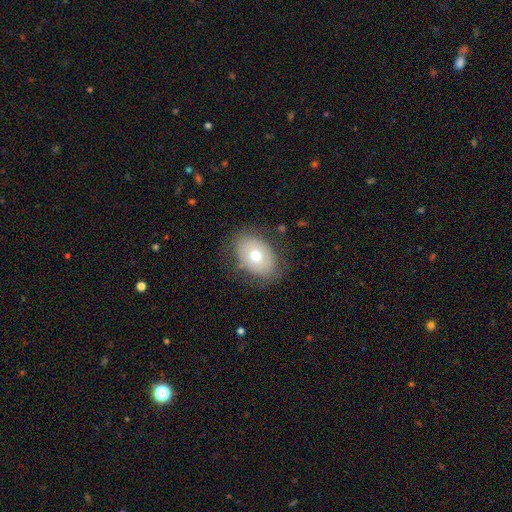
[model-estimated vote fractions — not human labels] Smooth or featured?
  - smooth: 66% *
  - featured or disk: 25%
  - star or artifact: 9%
How rounded?
  - in between: 76% *
  - round: 23%
  - cigar-shaped: 1%
Merging?
  - none: 76% *
  - minor disturbance: 17%
  - major disturbance: 6%
  - merger: 1%